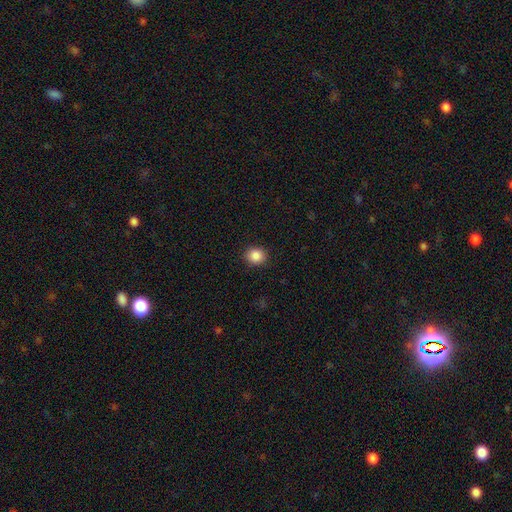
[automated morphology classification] Overall: smooth (87%). How rounded: round (78%). Merging: none (90%).